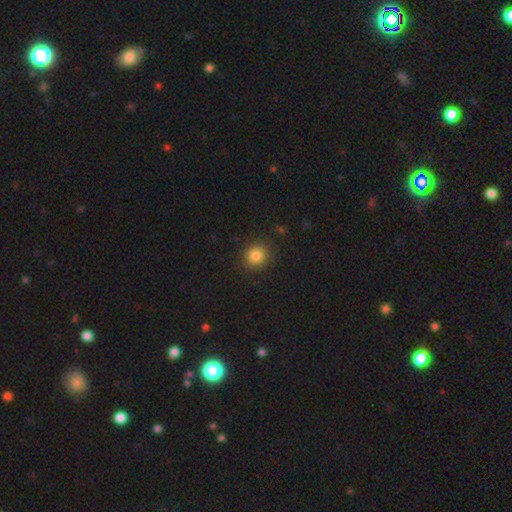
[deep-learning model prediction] Q: Smooth or featured?
A: smooth (83%); runner-up: star or artifact (12%)
Q: How rounded?
A: round (87%); runner-up: in between (12%)
Q: Merging?
A: none (89%); runner-up: minor disturbance (8%)